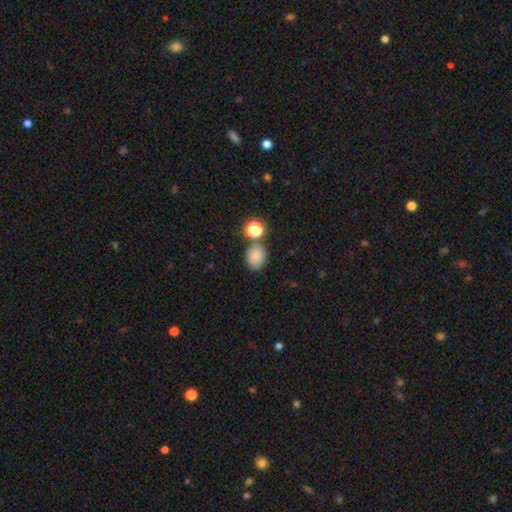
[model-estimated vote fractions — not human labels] smooth_or_featured: smooth (p=0.81) [alt: star or artifact p=0.13]
how_rounded: round (p=0.63) [alt: in between p=0.36]
merging: none (p=0.72) [alt: merger p=0.13]